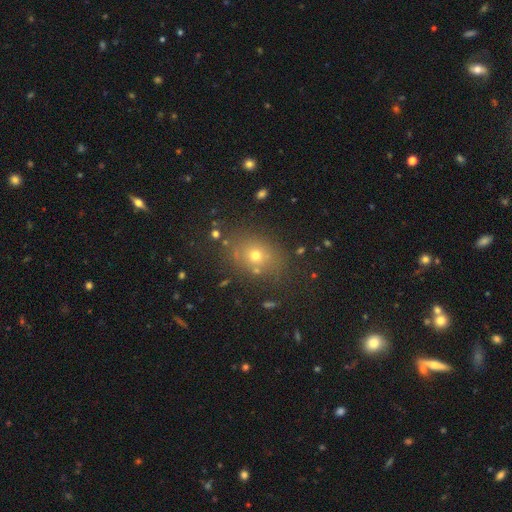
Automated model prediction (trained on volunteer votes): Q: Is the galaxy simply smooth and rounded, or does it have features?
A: smooth — 63%.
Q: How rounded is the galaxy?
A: round — 51%.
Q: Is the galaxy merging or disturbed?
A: none — 79%.